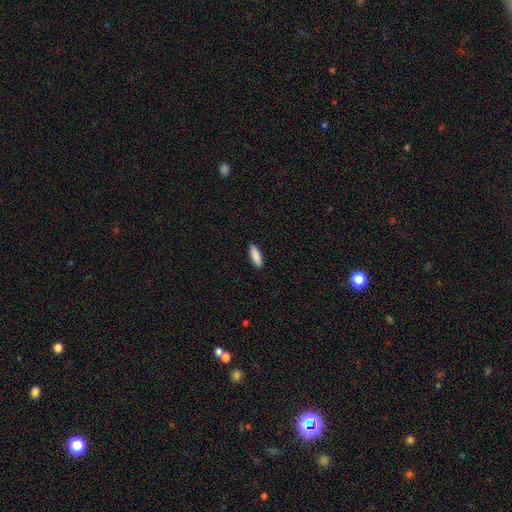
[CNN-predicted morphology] Smooth or featured? smooth (90%)
How rounded? in between (62%)
Merging? none (90%)